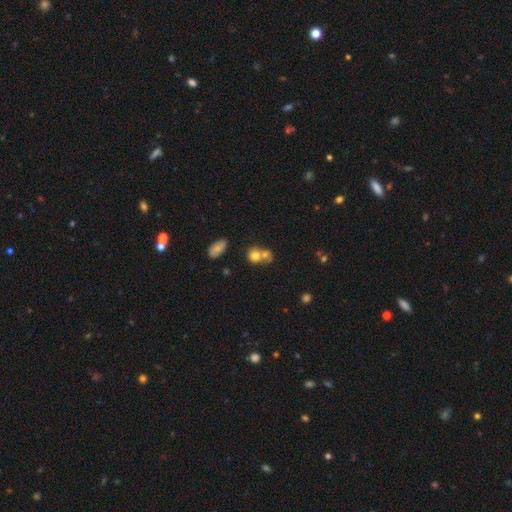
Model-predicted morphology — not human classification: smooth 73%, featured or disk 15%, star or artifact 12%. Down the decision tree: how rounded — round (74%); merging — merger (51%).